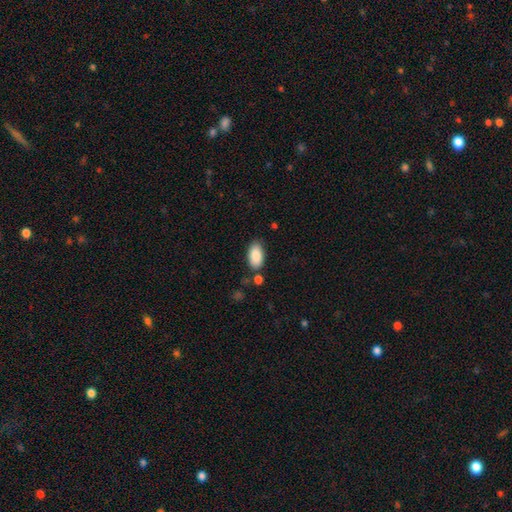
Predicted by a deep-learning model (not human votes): smooth-or-featured: smooth: 88% | star or artifact: 7% | featured or disk: 6%
  how-rounded: in between: 94% | round: 3% | cigar-shaped: 3%
  merging: none: 77% | minor disturbance: 14% | merger: 5% | major disturbance: 3%